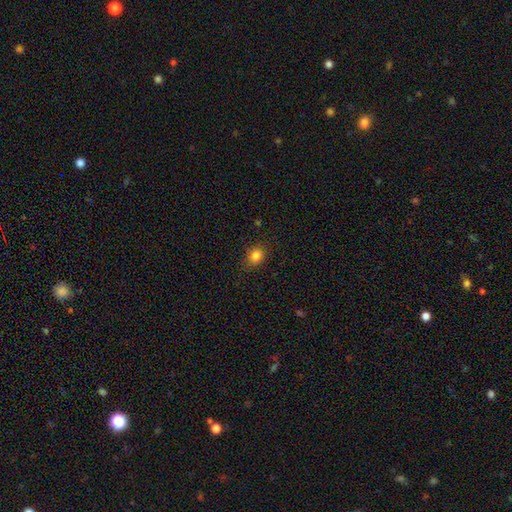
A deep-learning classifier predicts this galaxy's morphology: Q: Smooth or featured?
A: smooth (83%); runner-up: star or artifact (11%)
Q: How rounded?
A: round (53%); runner-up: in between (46%)
Q: Merging?
A: none (83%); runner-up: minor disturbance (13%)